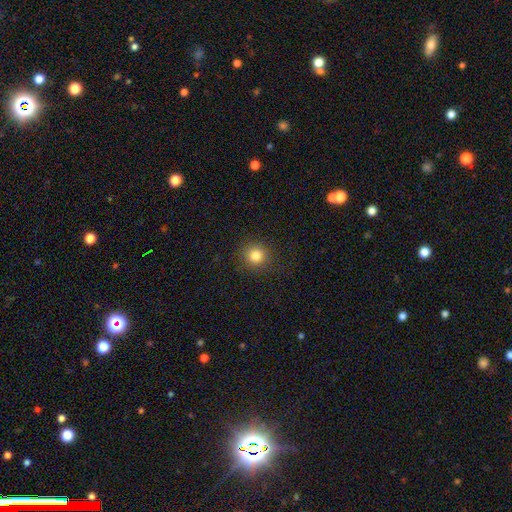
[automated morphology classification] Overall: smooth (82%). How rounded: round (92%). Merging: none (89%).